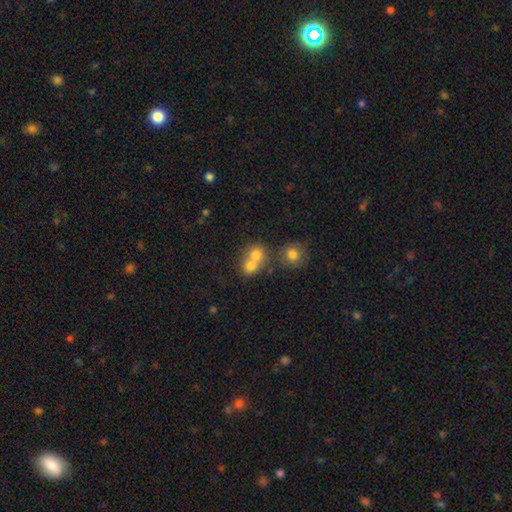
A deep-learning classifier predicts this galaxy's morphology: Smooth or featured: smooth — 73% (featured or disk — 15%)
How rounded: round — 76% (in between — 23%)
Merging: merger — 62% (none — 30%)